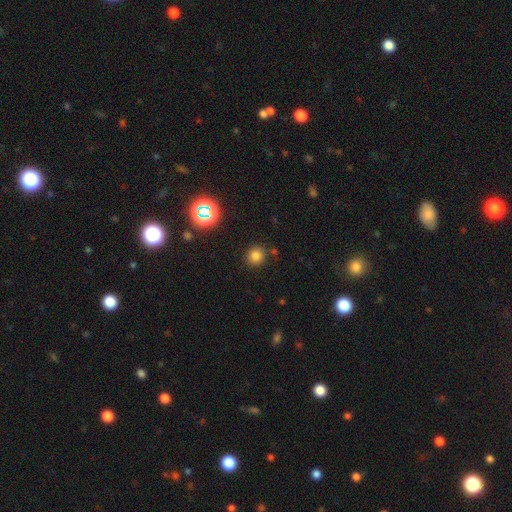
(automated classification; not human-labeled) Morphology: type=smooth (77%); roundness=round (87%); merging=none (85%).